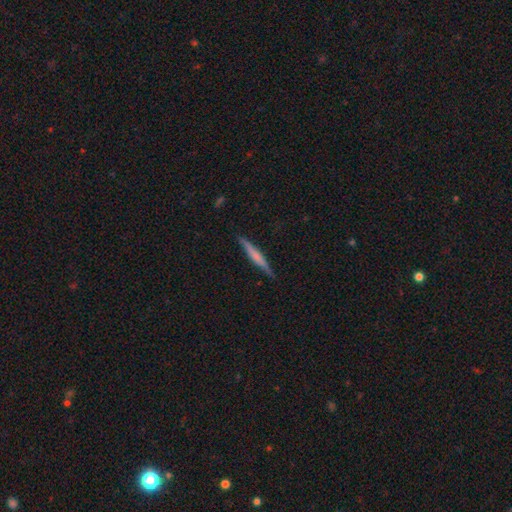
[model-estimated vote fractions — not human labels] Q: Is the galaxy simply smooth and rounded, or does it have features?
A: smooth — 47%, tied with featured or disk.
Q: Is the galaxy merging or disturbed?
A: none — 89%.